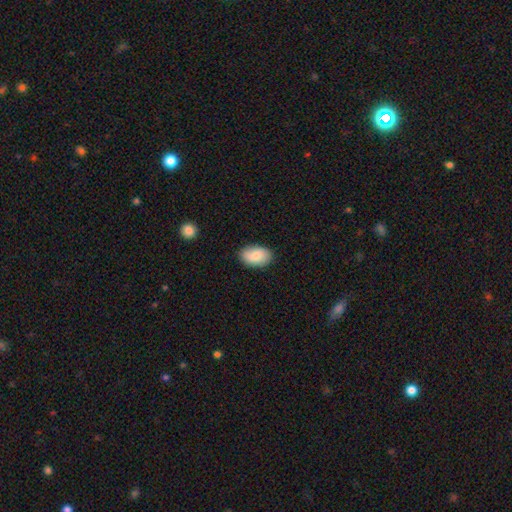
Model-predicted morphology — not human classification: Overall: smooth (82%). How rounded: in between (91%). Merging: none (86%).